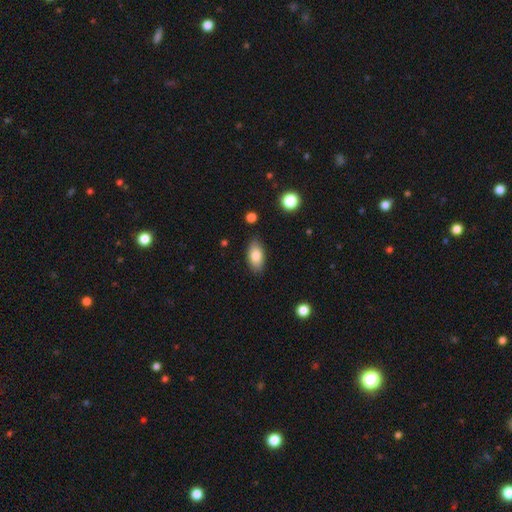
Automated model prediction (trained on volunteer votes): Smooth or featured? smooth (82%)
How rounded? in between (91%)
Merging? none (84%)